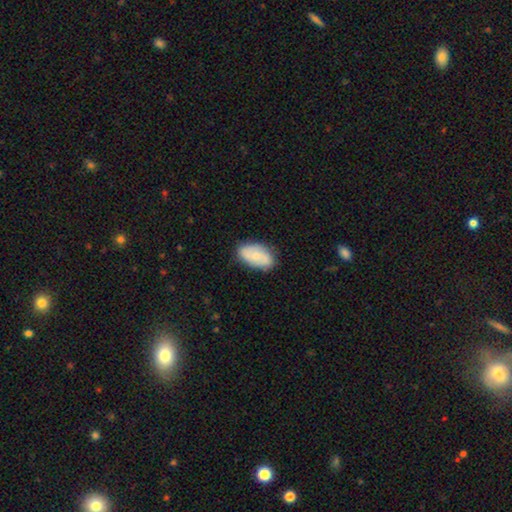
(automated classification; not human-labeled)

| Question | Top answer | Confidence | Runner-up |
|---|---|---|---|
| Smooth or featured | smooth | 52% | featured or disk (42%) |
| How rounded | in between | 91% | round (6%) |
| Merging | none | 78% | minor disturbance (17%) |